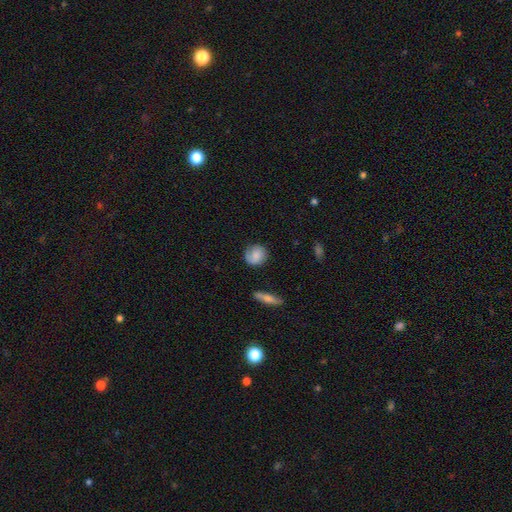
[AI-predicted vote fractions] This is likely a smooth galaxy (71%). How rounded: clearly round (83%). Merging: likely none (72%).